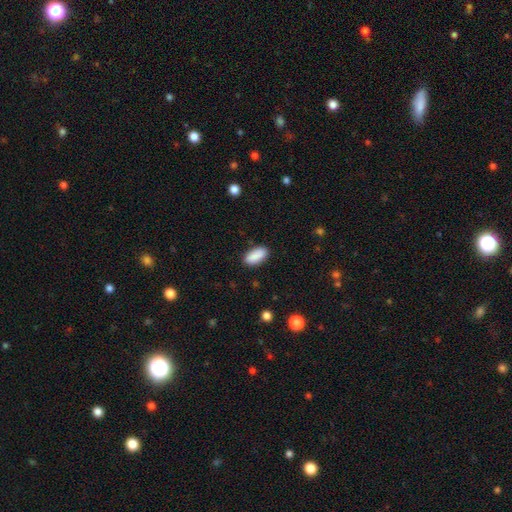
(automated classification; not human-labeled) This is clearly a smooth galaxy (90%). How rounded: clearly in between (92%). Merging: clearly none (88%).